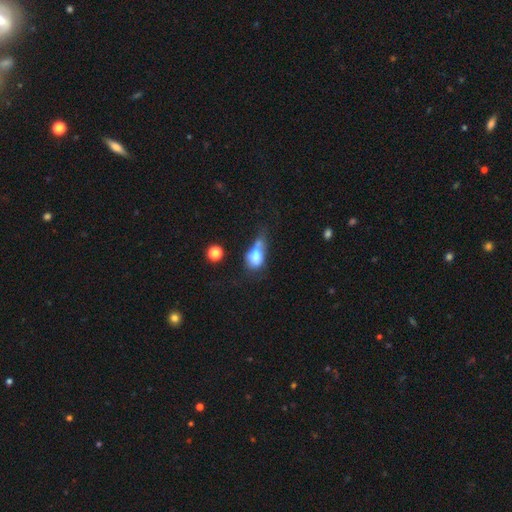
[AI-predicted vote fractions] smooth_or_featured: smooth (p=0.69) [alt: featured or disk p=0.20]
how_rounded: in between (p=0.76) [alt: round p=0.18]
merging: merger (p=0.34) [alt: major disturbance p=0.26]